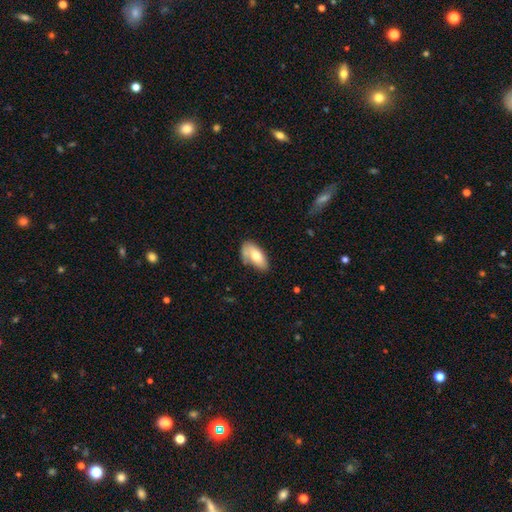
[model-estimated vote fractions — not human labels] Smooth or featured? Predicted: smooth (p=0.71). How rounded? Predicted: in between (p=0.90). Merging? Predicted: none (p=0.45).